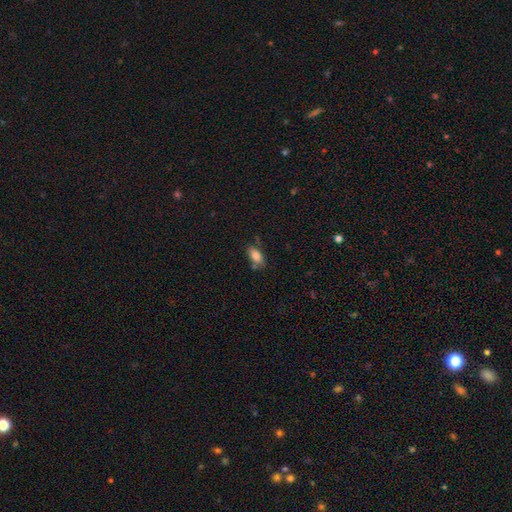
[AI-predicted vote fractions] The model was most divided on "merging": none: 66%, minor disturbance: 19%, merger: 10%, major disturbance: 5%. More confident: how rounded — in between (90%); smooth or featured — smooth (84%).